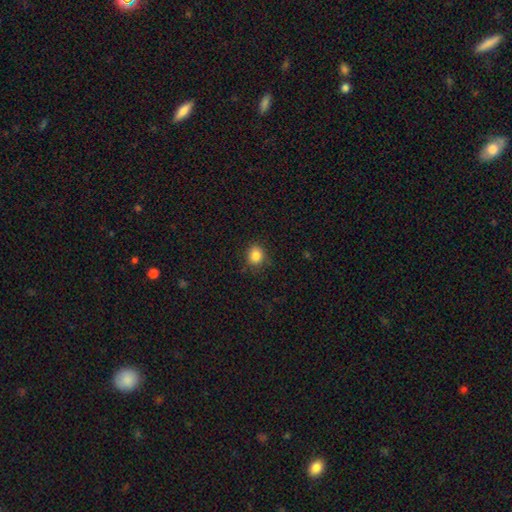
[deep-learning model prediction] Smooth or featured?
  - smooth: 84% *
  - star or artifact: 11%
  - featured or disk: 5%
How rounded?
  - round: 71% *
  - in between: 28%
  - cigar-shaped: 1%
Merging?
  - none: 84% *
  - minor disturbance: 12%
  - major disturbance: 3%
  - merger: 1%